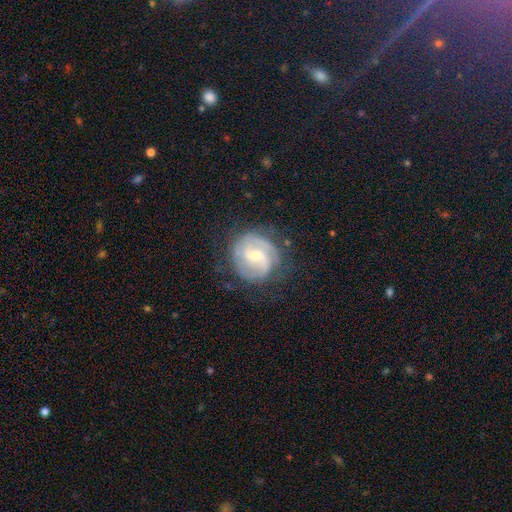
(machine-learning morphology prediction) Smooth or featured?
  - featured or disk: 83% *
  - smooth: 12%
  - star or artifact: 5%
Edge-on disk?
  - no: 98% *
  - yes: 2%
Bar?
  - weak: 57% *
  - no: 26%
  - strong: 16%
Spiral arms?
  - yes: 95% *
  - no: 5%
Spiral winding?
  - medium: 48% *
  - tight: 38%
  - loose: 14%
Spiral arm count?
  - 2: 70% *
  - can't tell: 12%
  - 3: 10%
  - 1: 3%
  - 4: 2%
  - more than 4: 2%
Bulge size?
  - small: 59% *
  - moderate: 36%
  - none: 3%
  - large: 2%
  - dominant: 1%
Merging?
  - none: 75% *
  - minor disturbance: 16%
  - major disturbance: 7%
  - merger: 1%